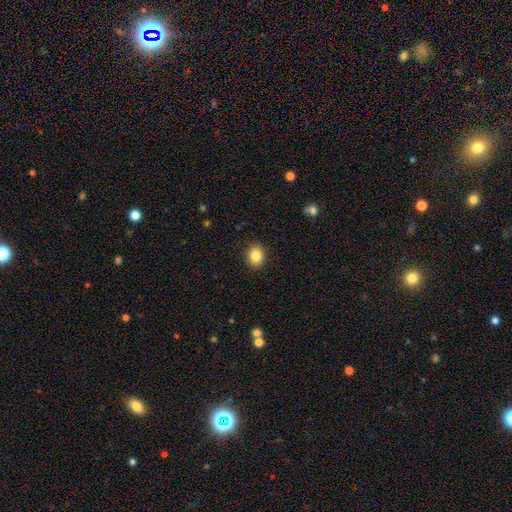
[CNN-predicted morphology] Smooth or featured? Predicted: smooth (p=0.86). How rounded? Predicted: in between (p=0.54). Merging? Predicted: none (p=0.89).